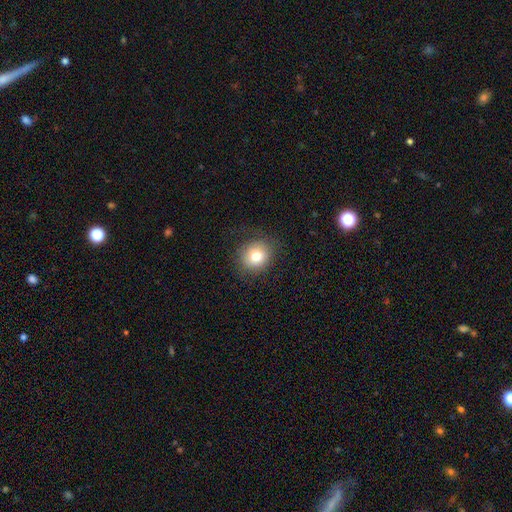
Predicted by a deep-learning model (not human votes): Q: Smooth or featured?
A: smooth (78%); runner-up: star or artifact (11%)
Q: How rounded?
A: round (80%); runner-up: in between (19%)
Q: Merging?
A: none (84%); runner-up: minor disturbance (11%)